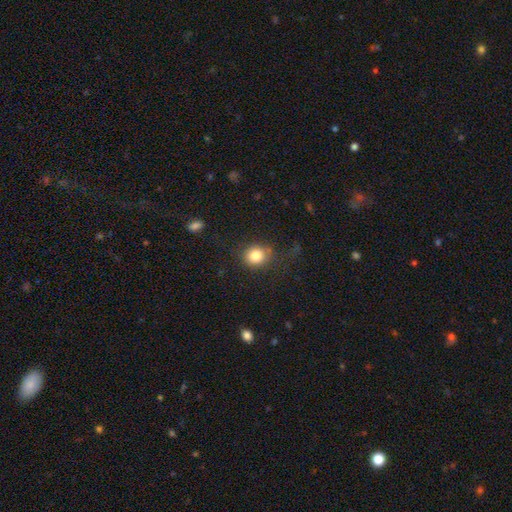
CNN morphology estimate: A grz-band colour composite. It shows a smooth galaxy with no disk features (84%) that is round (79%). Merging: none (78%).